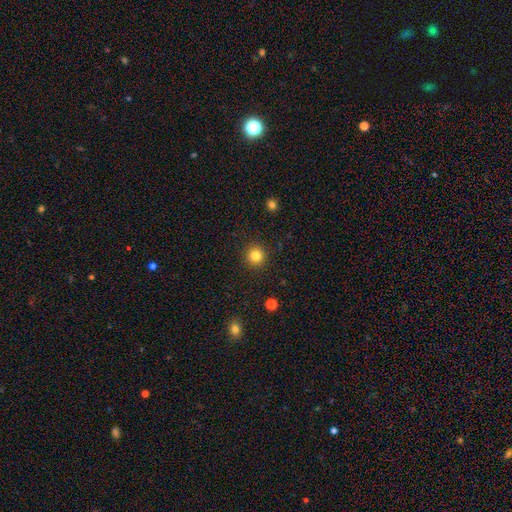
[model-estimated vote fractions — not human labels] Smooth or featured? smooth (83%)
How rounded? round (95%)
Merging? none (92%)